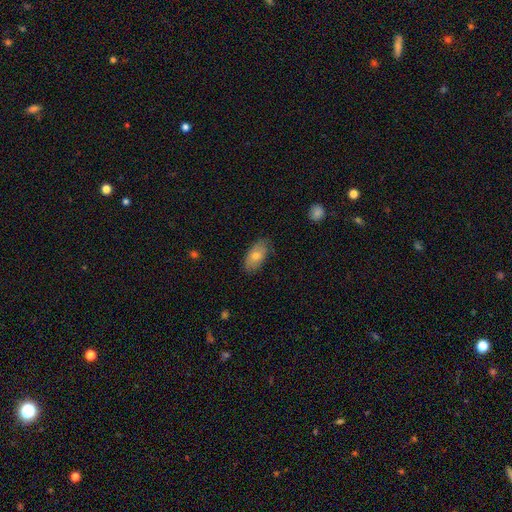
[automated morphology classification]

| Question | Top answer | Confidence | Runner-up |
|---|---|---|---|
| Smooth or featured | smooth | 71% | featured or disk (21%) |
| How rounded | in between | 90% | cigar-shaped (6%) |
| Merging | none | 82% | minor disturbance (14%) |